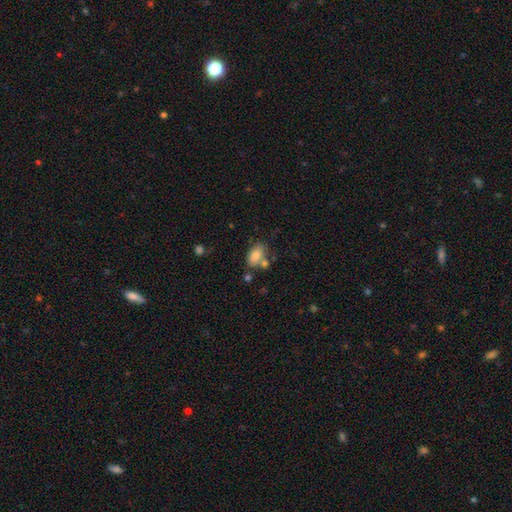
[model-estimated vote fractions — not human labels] This is clearly a smooth galaxy (82%). How rounded: clearly in between (88%). Merging: possibly none (54%).